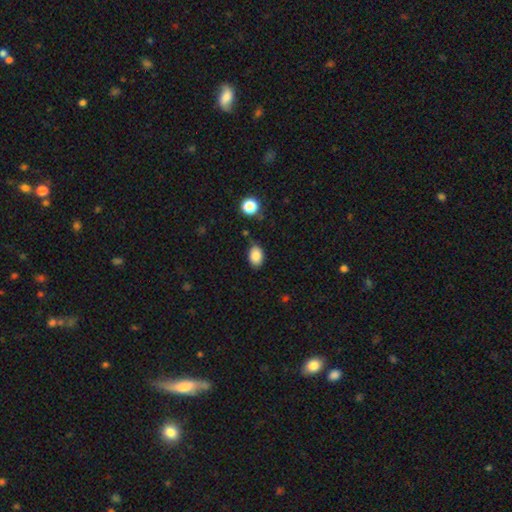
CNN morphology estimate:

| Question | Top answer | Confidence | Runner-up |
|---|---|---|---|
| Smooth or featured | smooth | 86% | star or artifact (9%) |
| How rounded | in between | 82% | round (16%) |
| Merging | none | 77% | minor disturbance (16%) |